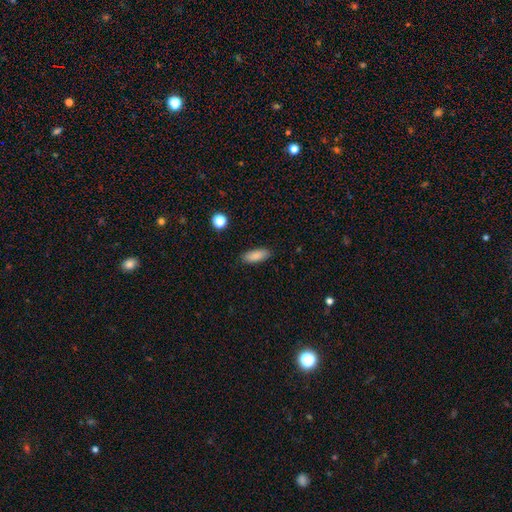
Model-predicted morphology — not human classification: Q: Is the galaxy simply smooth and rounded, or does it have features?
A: smooth — 87%.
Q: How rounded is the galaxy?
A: in between — 74%.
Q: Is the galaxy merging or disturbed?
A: none — 87%.